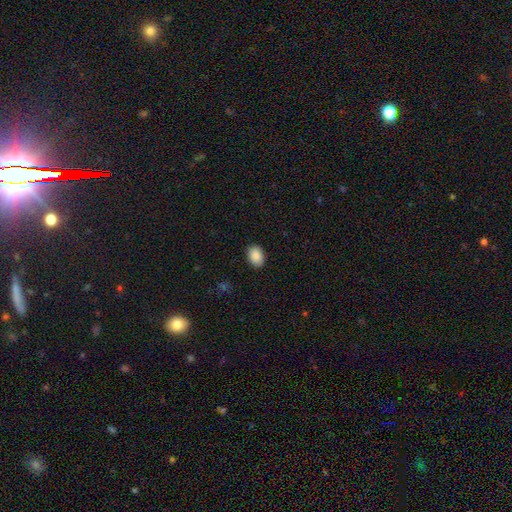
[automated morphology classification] Smooth or featured?
  - smooth: 90% *
  - star or artifact: 7%
  - featured or disk: 3%
How rounded?
  - in between: 79% *
  - round: 20%
  - cigar-shaped: 1%
Merging?
  - none: 89% *
  - minor disturbance: 8%
  - major disturbance: 2%
  - merger: 1%